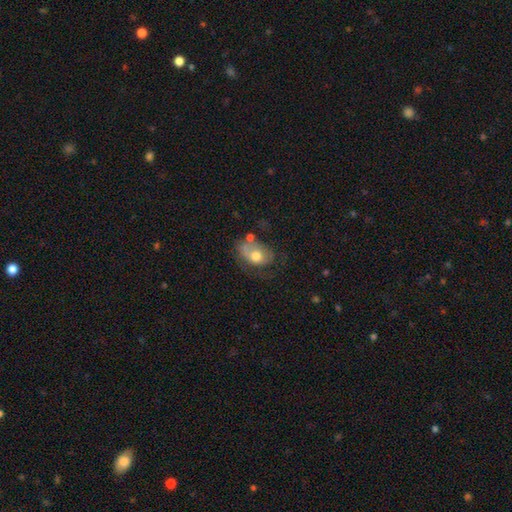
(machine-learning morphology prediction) Smooth or featured: smooth — 59% (featured or disk — 33%)
How rounded: in between — 84% (round — 15%)
Merging: none — 35% (minor disturbance — 28%)